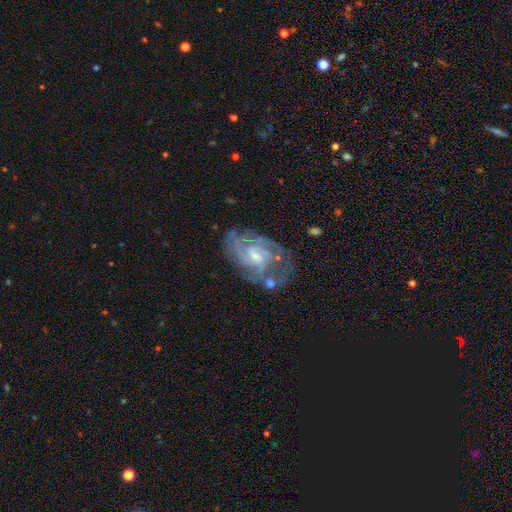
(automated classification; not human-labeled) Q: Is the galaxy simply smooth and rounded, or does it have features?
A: featured or disk — 83%.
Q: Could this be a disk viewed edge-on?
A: no — 97%.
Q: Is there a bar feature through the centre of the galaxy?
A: weak — 47%.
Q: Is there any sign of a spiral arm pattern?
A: yes — 92%.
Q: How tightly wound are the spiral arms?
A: tight — 54%.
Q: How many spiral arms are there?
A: can't tell — 34%.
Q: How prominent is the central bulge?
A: small — 56%.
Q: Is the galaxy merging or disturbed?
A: none — 55%.